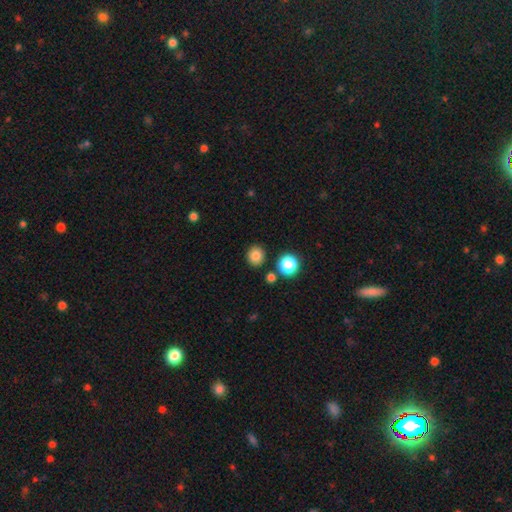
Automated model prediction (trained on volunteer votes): Overall: smooth (82%). How rounded: round (85%). Merging: none (86%).